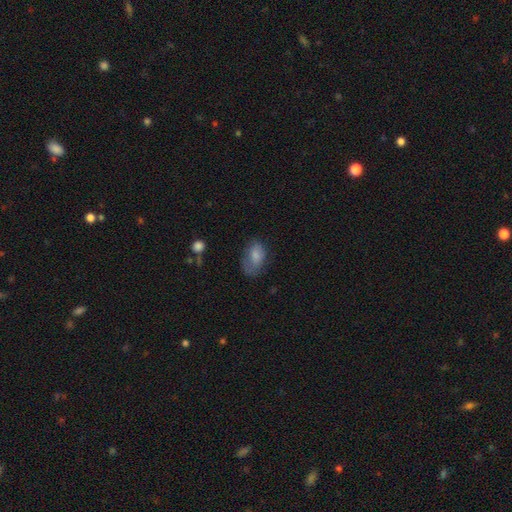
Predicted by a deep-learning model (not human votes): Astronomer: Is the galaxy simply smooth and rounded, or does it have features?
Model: smooth — 78%.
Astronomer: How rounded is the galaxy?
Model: in between — 87%.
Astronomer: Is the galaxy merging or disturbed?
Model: none — 46% (runner-up: minor disturbance, 31%).